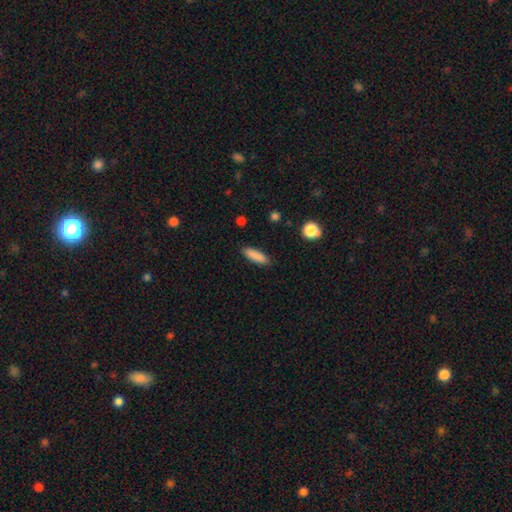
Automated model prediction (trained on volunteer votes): Morphology: type=smooth (88%); roundness=cigar-shaped (61%); merging=none (89%).